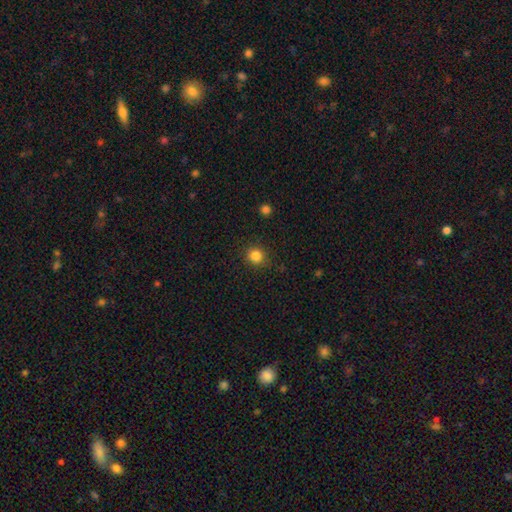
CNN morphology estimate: The model was most divided on "smooth or featured": smooth: 84%, star or artifact: 12%, featured or disk: 4%. More confident: how rounded — round (91%); merging — none (88%).